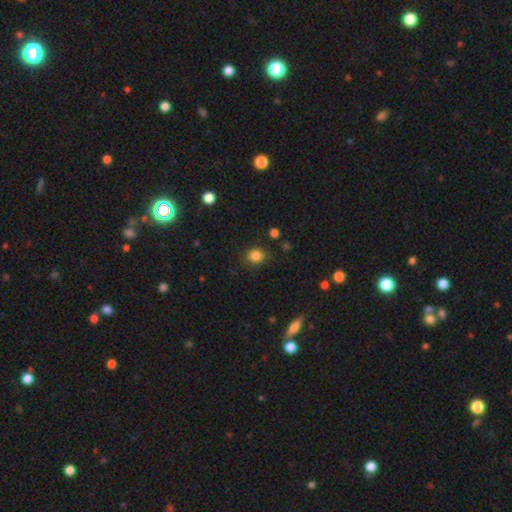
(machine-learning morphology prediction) This appears to be a smooth galaxy with no disk features (84%) that is round (77%). Merging: none (85%).